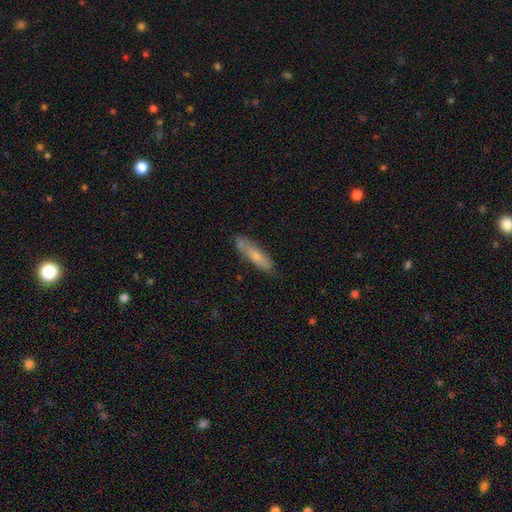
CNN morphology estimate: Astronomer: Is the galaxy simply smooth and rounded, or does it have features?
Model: smooth — 65%.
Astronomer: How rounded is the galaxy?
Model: cigar-shaped — 74%.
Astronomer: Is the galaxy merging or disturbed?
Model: none — 73%.